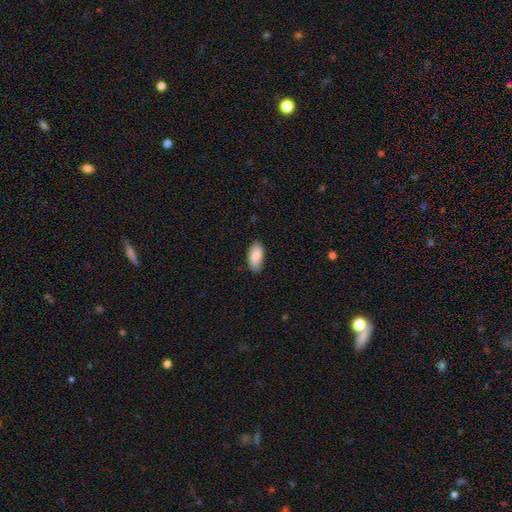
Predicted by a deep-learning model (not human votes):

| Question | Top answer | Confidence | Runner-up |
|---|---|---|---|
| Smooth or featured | smooth | 87% | featured or disk (7%) |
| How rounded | in between | 93% | cigar-shaped (5%) |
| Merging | none | 79% | minor disturbance (17%) |